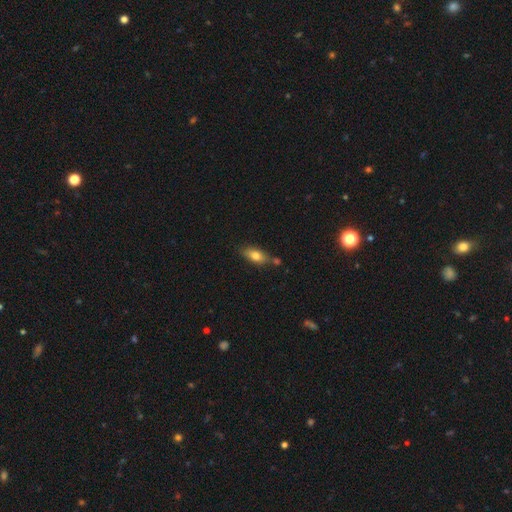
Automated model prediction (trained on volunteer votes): Q: Smooth or featured?
A: smooth (75%); runner-up: featured or disk (17%)
Q: How rounded?
A: in between (81%); runner-up: cigar-shaped (14%)
Q: Merging?
A: none (64%); runner-up: minor disturbance (17%)